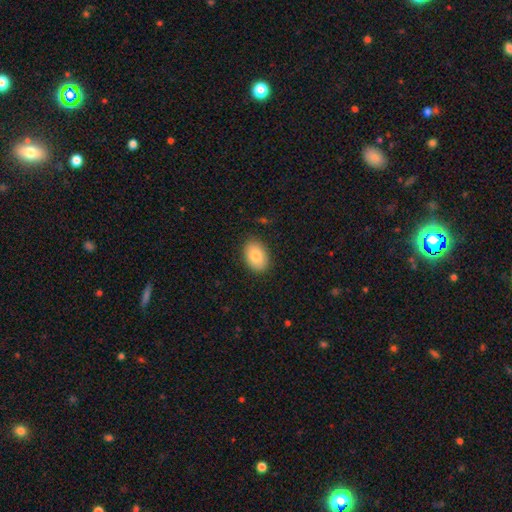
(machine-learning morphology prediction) Smooth or featured? Predicted: smooth (p=0.84). How rounded? Predicted: in between (p=0.85). Merging? Predicted: none (p=0.88).